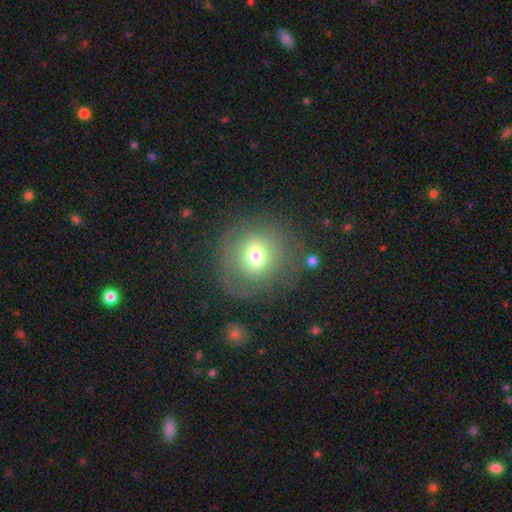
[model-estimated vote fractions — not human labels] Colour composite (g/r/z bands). It shows a smooth galaxy with no disk features (60%) that is round (82%). Merging: none (69%).